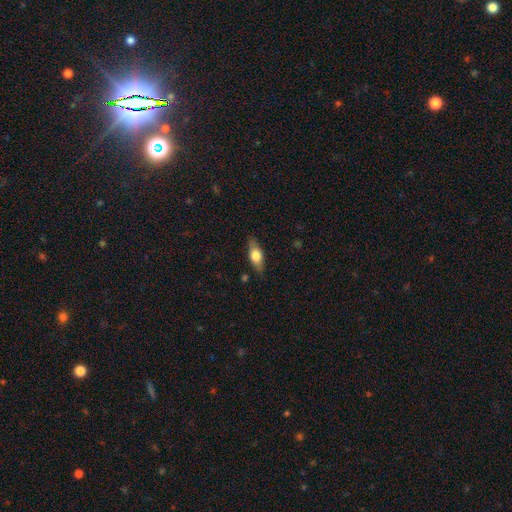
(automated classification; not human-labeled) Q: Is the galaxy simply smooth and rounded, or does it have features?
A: smooth — 62%.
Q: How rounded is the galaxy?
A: in between — 73%.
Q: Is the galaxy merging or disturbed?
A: none — 82%.